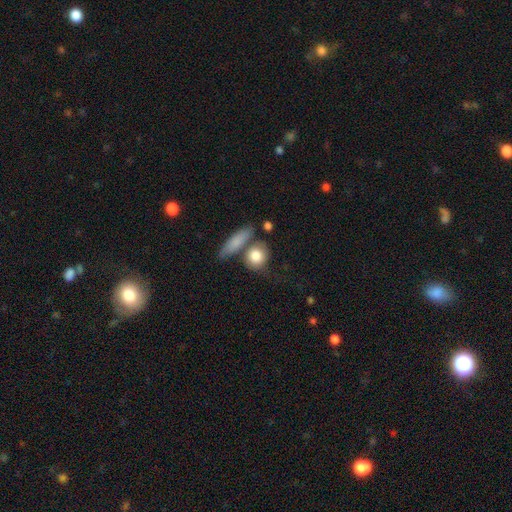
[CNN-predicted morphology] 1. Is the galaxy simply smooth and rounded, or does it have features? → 81% smooth, 13% featured or disk, 6% star or artifact.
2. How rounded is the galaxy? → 65% round, 28% in between, 6% cigar-shaped.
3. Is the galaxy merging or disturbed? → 56% none, 21% merger, 16% minor disturbance, 7% major disturbance.